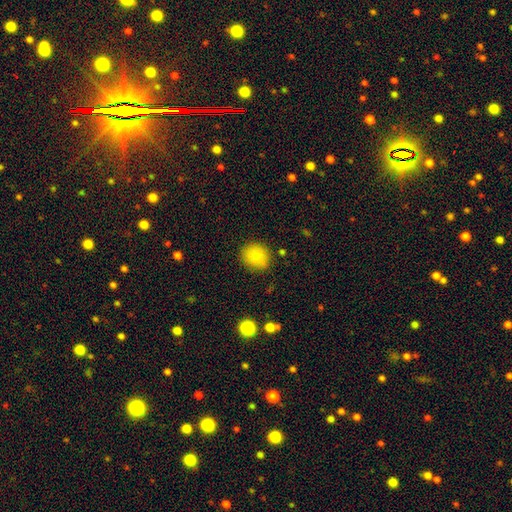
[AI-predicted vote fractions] A smooth galaxy with no disk features (80%) that is round (86%). Merging: none (87%).